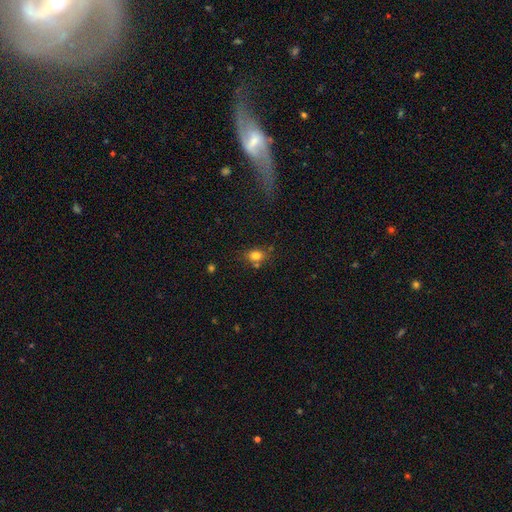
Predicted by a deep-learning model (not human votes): smooth_or_featured: smooth (p=0.80) [alt: star or artifact p=0.12]
how_rounded: in between (p=0.59) [alt: round p=0.39]
merging: none (p=0.66) [alt: minor disturbance p=0.17]